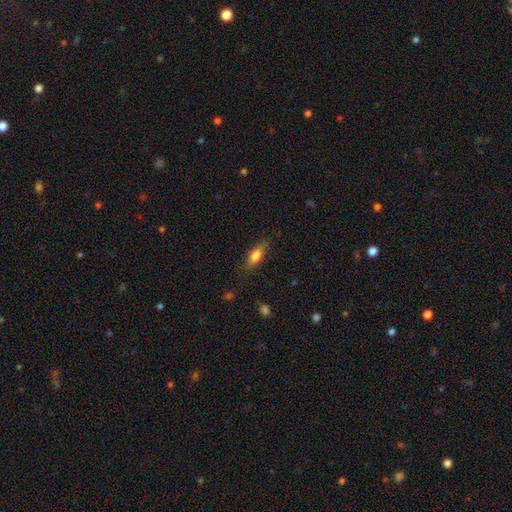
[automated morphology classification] Smooth or featured? Predicted: smooth (p=0.72). How rounded? Predicted: in between (p=0.62). Merging? Predicted: none (p=0.77).